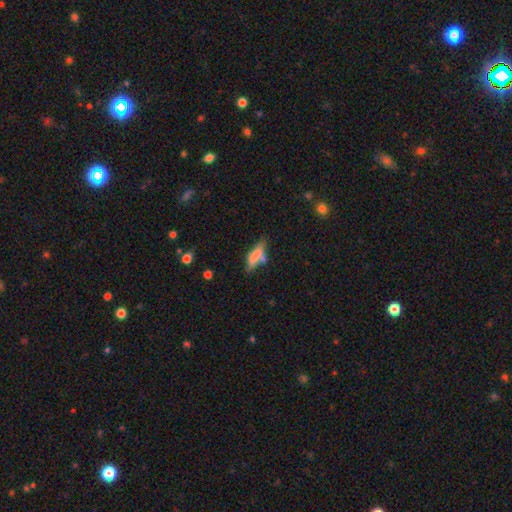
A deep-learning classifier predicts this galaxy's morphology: A smooth galaxy with no disk features (63%) that is cigar-shaped (61%). Merging: none (44%).